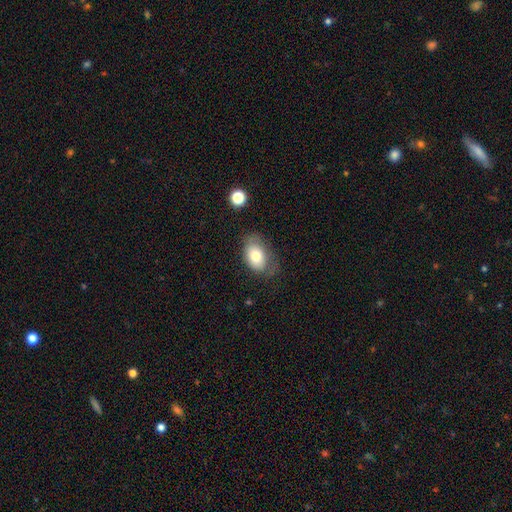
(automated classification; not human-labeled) smooth_or_featured: smooth (p=0.74) [alt: featured or disk p=0.17]
how_rounded: in between (p=0.85) [alt: round p=0.13]
merging: none (p=0.56) [alt: minor disturbance p=0.29]